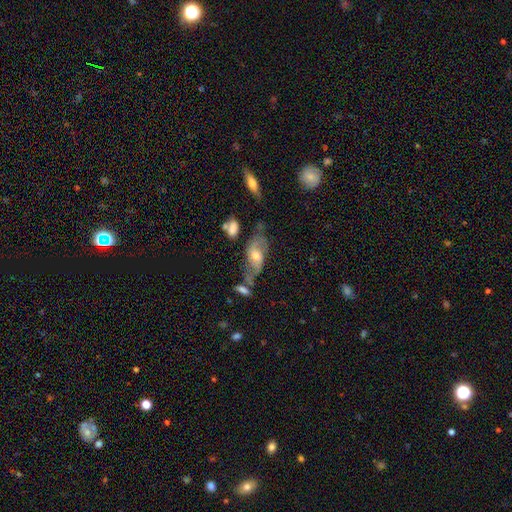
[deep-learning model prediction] A featured or disk galaxy (62%) with no bar (51%), spiral arms (79%) and a moderate central bulge (61%).

Vote fractions:
- Smooth or featured? featured or disk: 62% / smooth: 29% / star or artifact: 9%
- Edge-on disk? no: 85% / yes: 15%
- Bar? no: 51% / weak: 38% / strong: 11%
- Spiral arms? yes: 79% / no: 21%
- Bulge size? moderate: 61% / small: 21% / large: 14% / none: 3% / dominant: 2%
- Merging? none: 50% / minor disturbance: 24% / merger: 13% / major disturbance: 13%